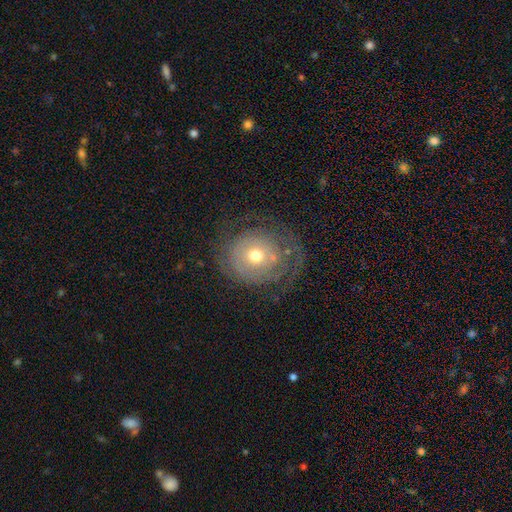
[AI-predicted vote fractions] featured or disk 57%, smooth 34%, star or artifact 9%. Down the decision tree: edge-on disk — no (96%); bar — no (85%); spiral arms — yes (56%); bulge size — moderate (59%); merging — none (57%).